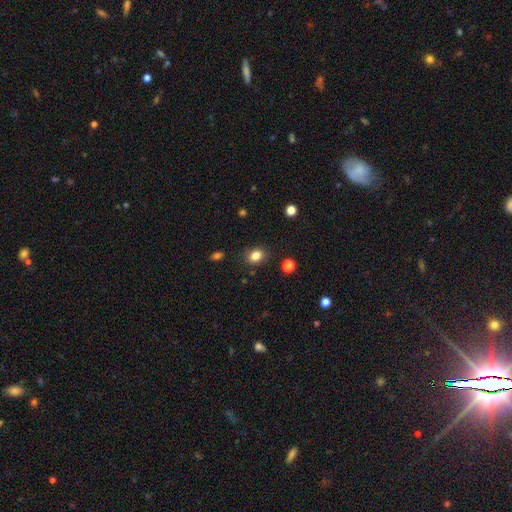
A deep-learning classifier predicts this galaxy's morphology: This is clearly a smooth galaxy (83%). How rounded: likely in between (61%). Merging: clearly none (84%).